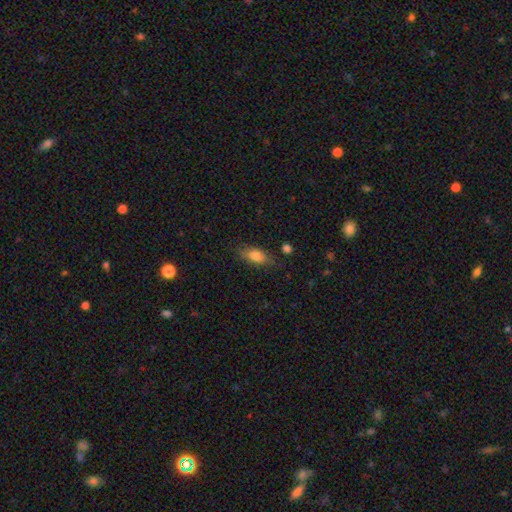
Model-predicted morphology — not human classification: This appears to be a smooth galaxy with no disk features (77%) that is in between round and cigar-shaped (82%). Merging: none (74%).